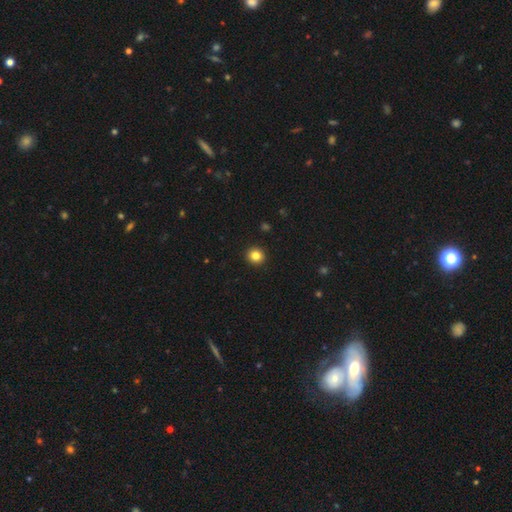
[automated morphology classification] This appears to be a smooth galaxy with no disk features (84%) that is round (89%). Merging: none (93%).